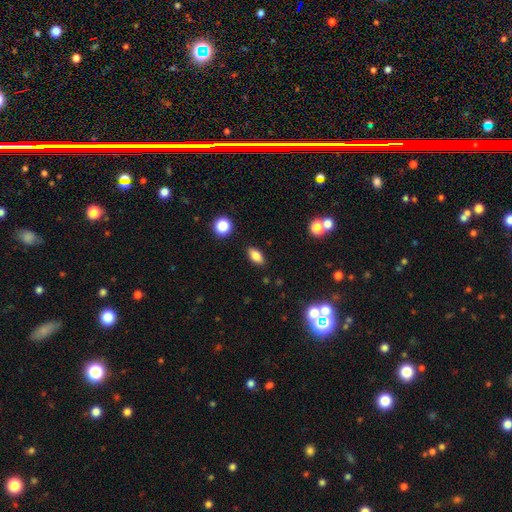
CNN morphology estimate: Q: Smooth or featured?
A: smooth (82%); runner-up: star or artifact (9%)
Q: How rounded?
A: in between (88%); runner-up: cigar-shaped (6%)
Q: Merging?
A: none (87%); runner-up: minor disturbance (8%)